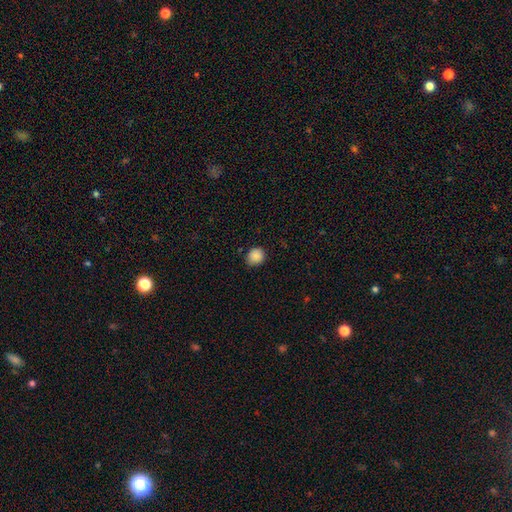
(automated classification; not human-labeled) The model was most divided on "how rounded": round: 82%, in between: 17%, cigar-shaped: 1%. More confident: smooth or featured — smooth (87%); merging — none (82%).